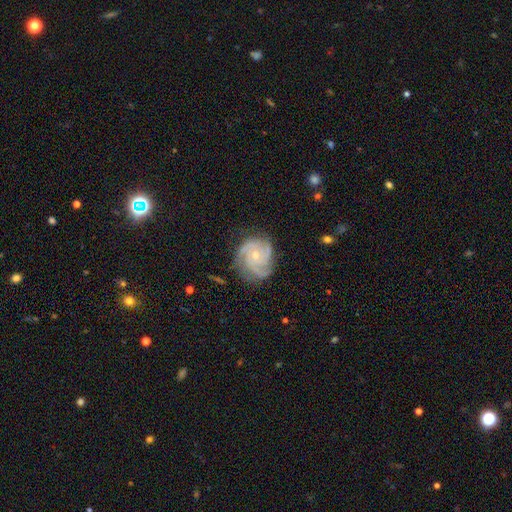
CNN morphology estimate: type=featured or disk (87%); edge-on=no (98%); bar=no (80%); spiral arms=yes (98%); winding=tight (63%); arm count=3 (48%); bulge=small (73%); merging=none (74%).